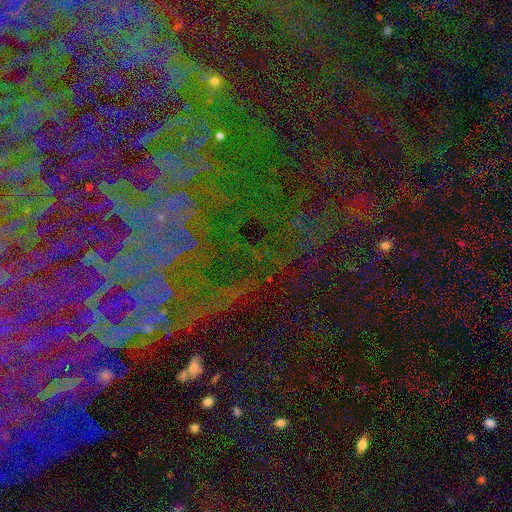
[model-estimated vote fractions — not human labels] A star or artifact, not a galaxy (69%).